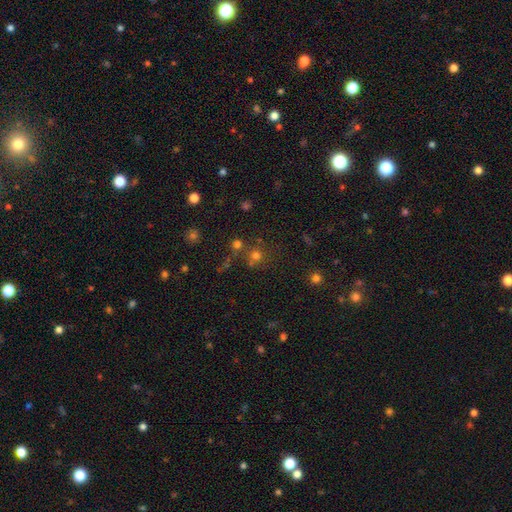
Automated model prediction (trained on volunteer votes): Smooth or featured? Predicted: smooth (p=0.65). How rounded? Predicted: round (p=0.91). Merging? Predicted: none (p=0.66).